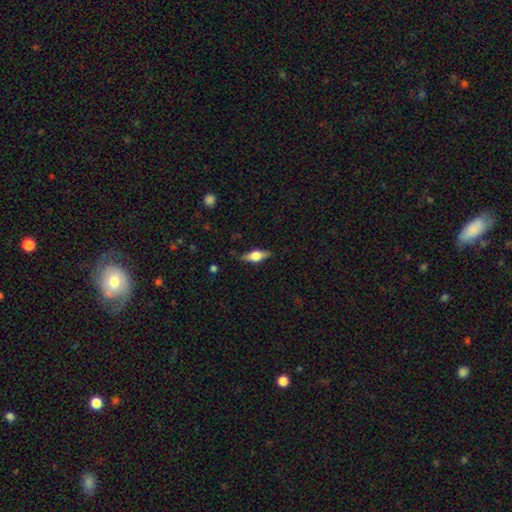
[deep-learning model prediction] Overall: featured or disk (50%; smooth 43%). Edge-on disk: yes (93%). Merging: none (84%).